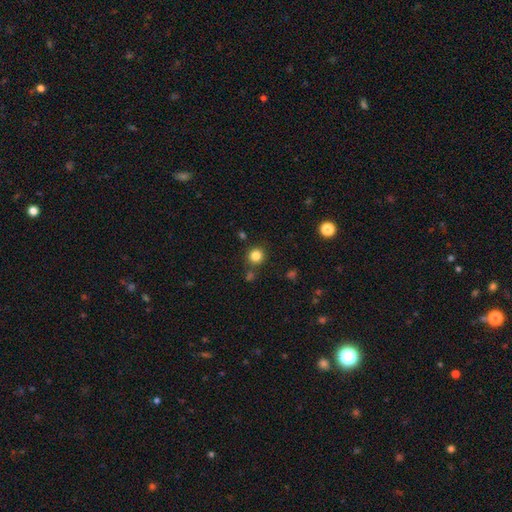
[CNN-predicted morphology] Overall: smooth (83%). How rounded: round (93%). Merging: none (84%).